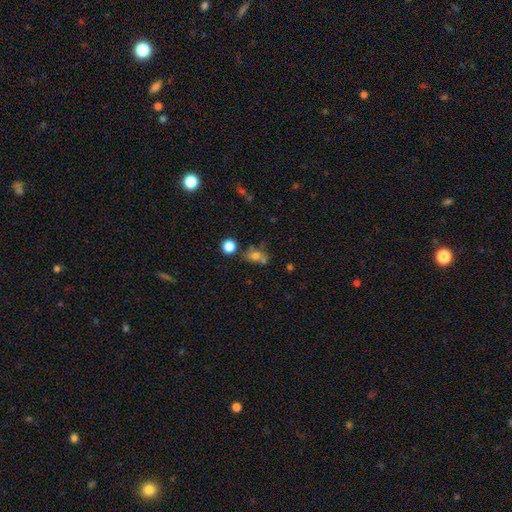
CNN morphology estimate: A smooth galaxy with no disk features (67%) that is in between round and cigar-shaped (54%).

Vote fractions:
- Smooth or featured? smooth: 67% / star or artifact: 17% / featured or disk: 16%
- How rounded? in between: 54% / round: 43% / cigar-shaped: 3%
- Merging? none: 46% / merger: 26% / minor disturbance: 18% / major disturbance: 10%